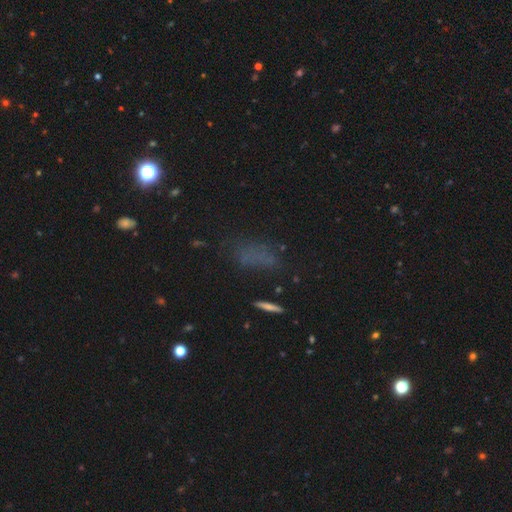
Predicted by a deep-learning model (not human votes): smooth_or_featured: smooth (p=0.57) [alt: star or artifact p=0.29]
how_rounded: in between (p=0.68) [alt: cigar-shaped p=0.20]
merging: none (p=0.62) [alt: minor disturbance p=0.19]